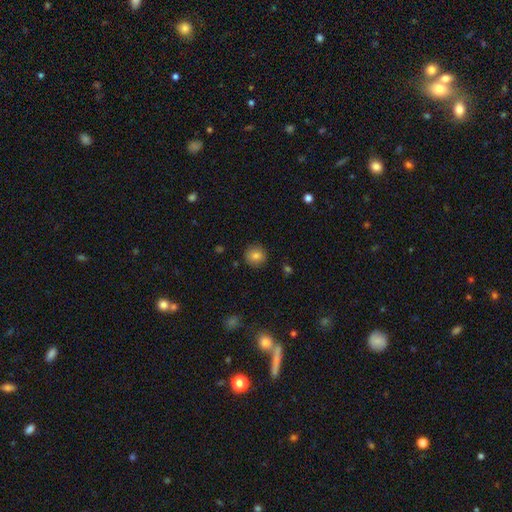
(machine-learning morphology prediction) This is clearly a smooth galaxy (82%). How rounded: clearly round (93%). Merging: clearly none (90%).